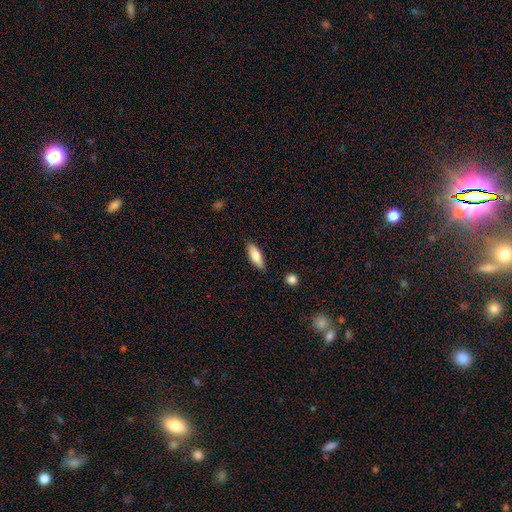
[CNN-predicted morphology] The model was most divided on "how rounded": in between: 60%, cigar-shaped: 39%, round: 2%. More confident: merging — none (84%); smooth or featured — smooth (79%).